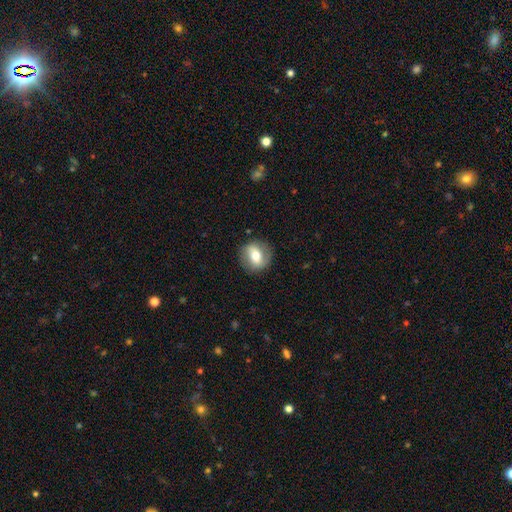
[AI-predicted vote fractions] Q: Smooth or featured?
A: smooth (49%); runner-up: featured or disk (43%)
Q: Merging?
A: none (83%); runner-up: minor disturbance (11%)